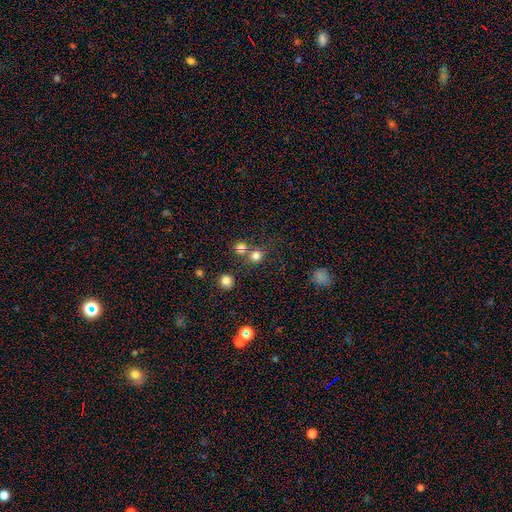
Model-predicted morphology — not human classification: smooth-or-featured: smooth: 76% | star or artifact: 17% | featured or disk: 7%
  how-rounded: round: 87% | in between: 12% | cigar-shaped: 1%
  merging: none: 61% | merger: 28% | minor disturbance: 7% | major disturbance: 4%